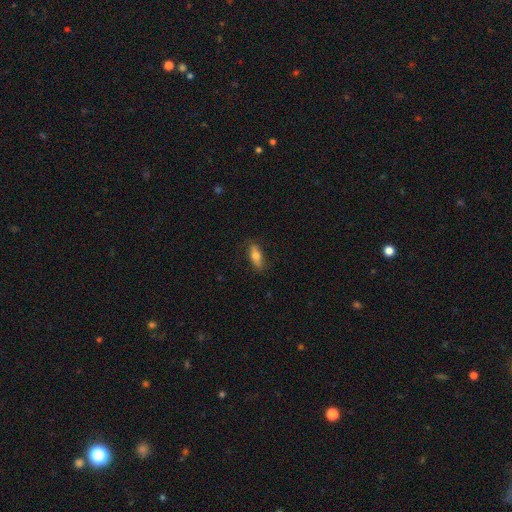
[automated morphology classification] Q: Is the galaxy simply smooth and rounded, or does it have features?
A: smooth — 72%.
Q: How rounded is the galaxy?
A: in between — 68%.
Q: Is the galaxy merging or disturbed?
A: none — 82%.